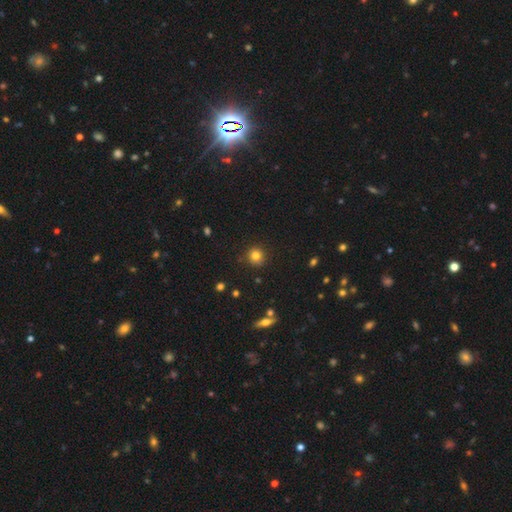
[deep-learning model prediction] Overall: smooth (80%). How rounded: round (91%). Merging: none (87%).